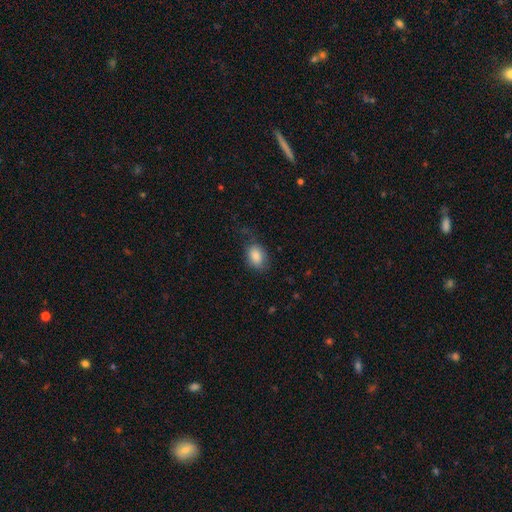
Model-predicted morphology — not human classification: Q: Smooth or featured?
A: smooth (85%); runner-up: star or artifact (8%)
Q: How rounded?
A: in between (78%); runner-up: round (21%)
Q: Merging?
A: none (66%); runner-up: minor disturbance (23%)